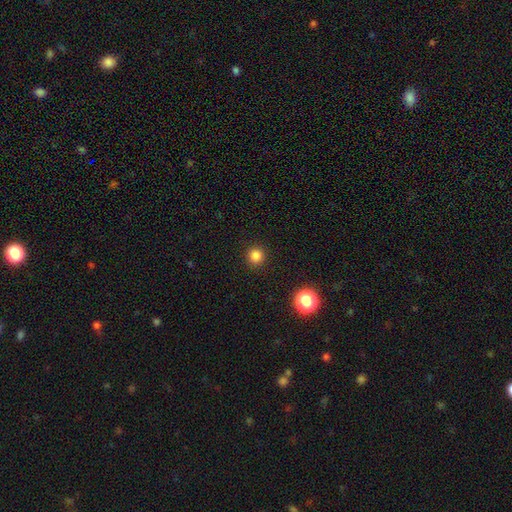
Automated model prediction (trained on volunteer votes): Smooth or featured?
  - smooth: 83% *
  - star or artifact: 13%
  - featured or disk: 4%
How rounded?
  - round: 95% *
  - in between: 4%
  - cigar-shaped: 1%
Merging?
  - none: 92% *
  - minor disturbance: 5%
  - major disturbance: 2%
  - merger: 1%